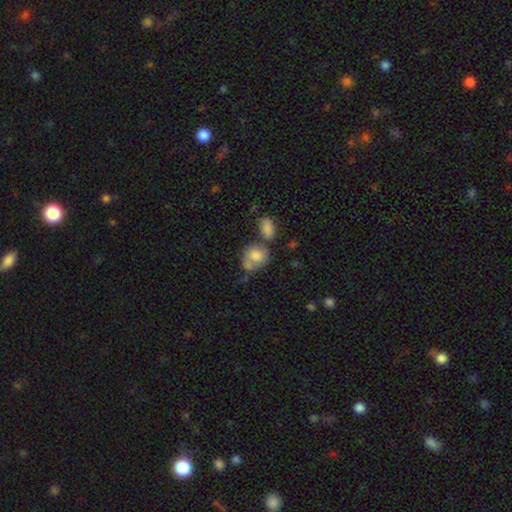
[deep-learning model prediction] Q: Smooth or featured?
A: smooth (77%); runner-up: featured or disk (15%)
Q: How rounded?
A: round (62%); runner-up: in between (37%)
Q: Merging?
A: merger (38%); tied with: none (38%)